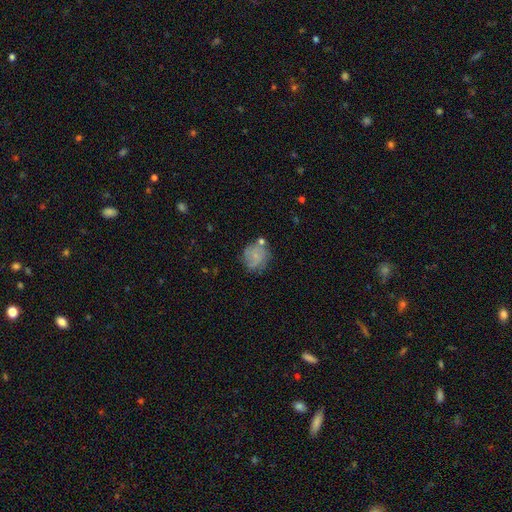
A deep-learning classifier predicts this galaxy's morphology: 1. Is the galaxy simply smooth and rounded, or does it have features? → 53% smooth, 37% featured or disk, 10% star or artifact.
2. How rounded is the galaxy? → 77% round, 22% in between, 1% cigar-shaped.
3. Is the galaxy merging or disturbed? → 59% none, 22% minor disturbance, 10% merger, 9% major disturbance.